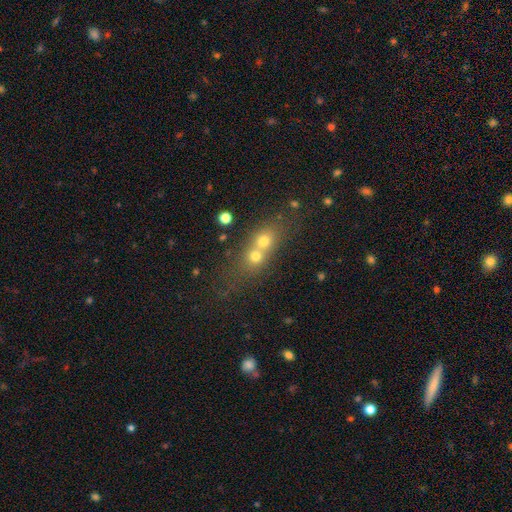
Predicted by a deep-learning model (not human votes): A smooth galaxy with no disk features (51%) that is round (53%).

Vote fractions:
- Smooth or featured? smooth: 51% / featured or disk: 26% / star or artifact: 23%
- How rounded? round: 53% / in between: 32% / cigar-shaped: 15%
- Merging? merger: 59% / none: 31% / minor disturbance: 7% / major disturbance: 4%